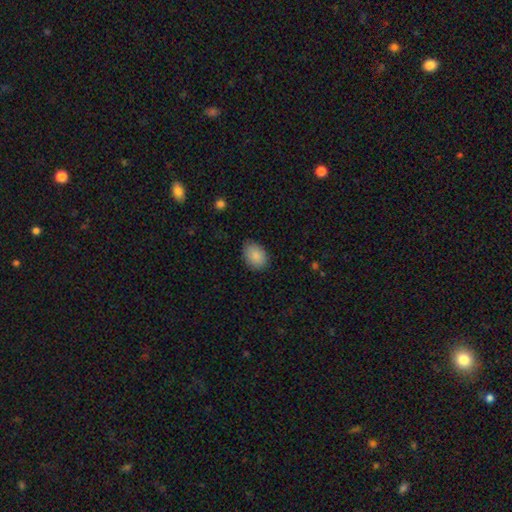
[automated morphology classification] Smooth or featured? Predicted: smooth (p=0.88). How rounded? Predicted: in between (p=0.78). Merging? Predicted: none (p=0.82).